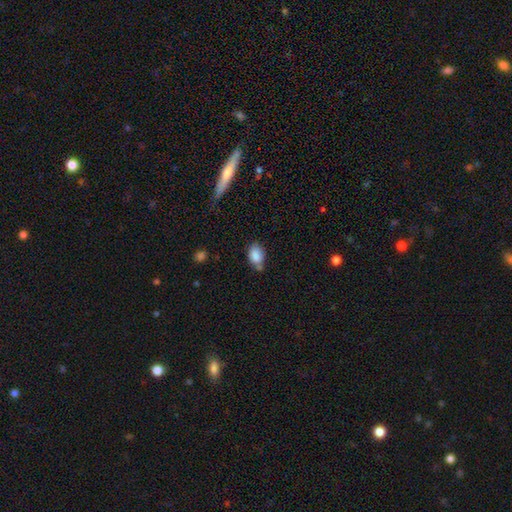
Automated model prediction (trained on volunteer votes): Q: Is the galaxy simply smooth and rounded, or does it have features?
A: smooth — 85%.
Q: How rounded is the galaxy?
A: in between — 86%.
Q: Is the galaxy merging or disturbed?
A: none — 52%.